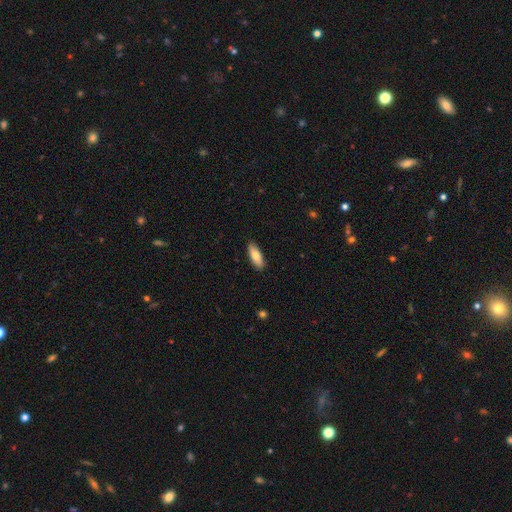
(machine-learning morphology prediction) A smooth galaxy with no disk features (79%) that is in between round and cigar-shaped (69%). Merging: none (89%).